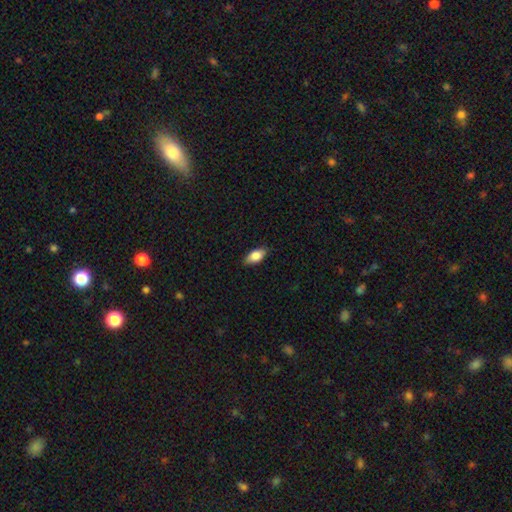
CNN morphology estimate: smooth-or-featured: smooth: 83% | featured or disk: 10% | star or artifact: 7%
  how-rounded: in between: 89% | cigar-shaped: 8% | round: 4%
  merging: none: 85% | minor disturbance: 12% | major disturbance: 2% | merger: 1%